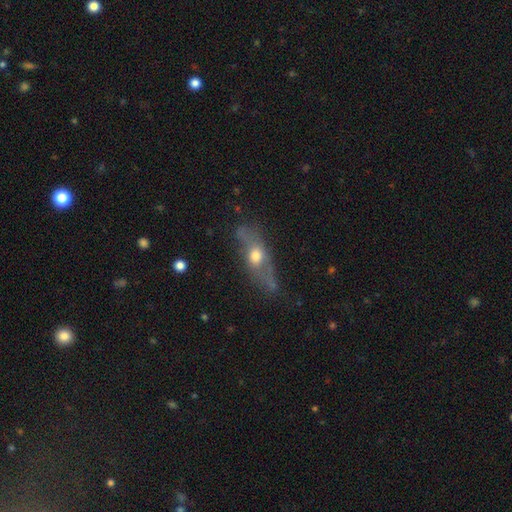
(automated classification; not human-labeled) smooth-or-featured: featured or disk: 59% | smooth: 30% | star or artifact: 11%
  disk-edge-on: yes: 61% | no: 39%
  merging: none: 71% | minor disturbance: 20% | major disturbance: 7% | merger: 2%